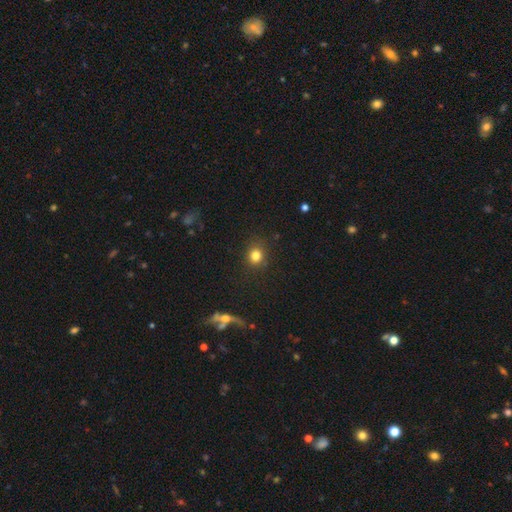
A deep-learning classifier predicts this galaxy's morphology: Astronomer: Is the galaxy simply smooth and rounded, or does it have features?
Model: smooth — 82%.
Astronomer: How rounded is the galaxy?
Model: round — 82%.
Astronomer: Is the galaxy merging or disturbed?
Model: none — 86%.